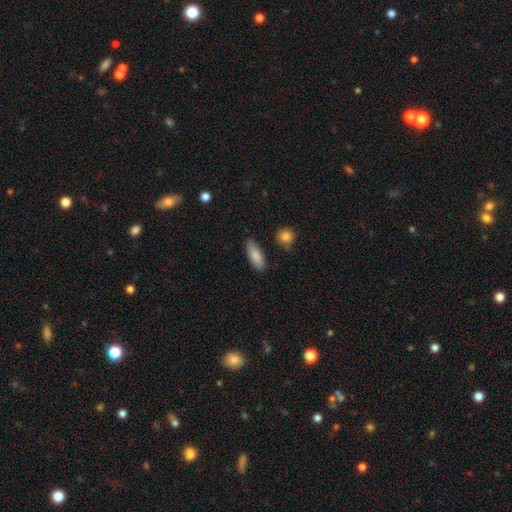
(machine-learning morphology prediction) smooth_or_featured: smooth (p=0.85) [alt: featured or disk p=0.09]
how_rounded: in between (p=0.70) [alt: cigar-shaped p=0.27]
merging: none (p=0.84) [alt: minor disturbance p=0.11]